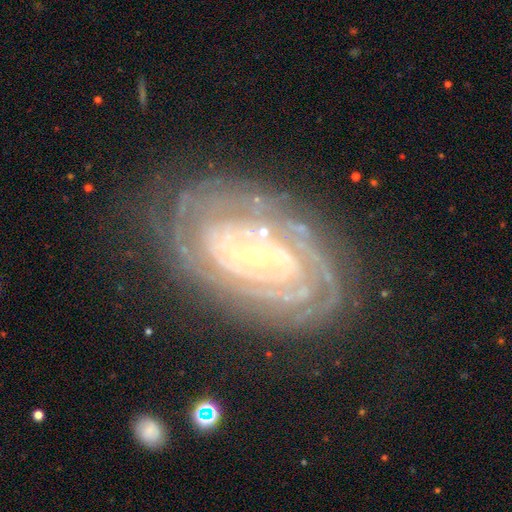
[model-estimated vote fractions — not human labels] This appears to be a featured or disk galaxy (86%) with no bar (56%), tight (84%) spiral arms (95%) and a small central bulge (81%). Merging: none (75%).